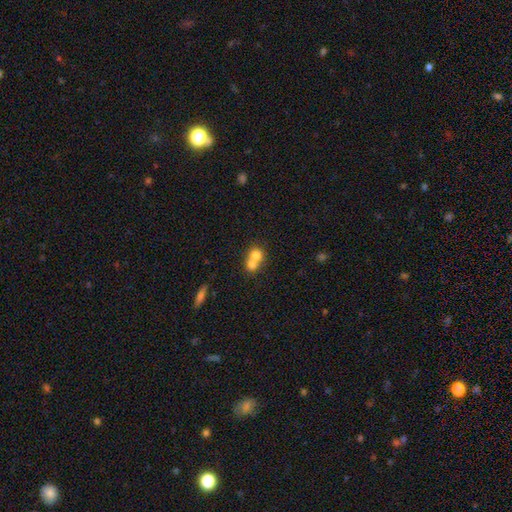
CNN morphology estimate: smooth 74%, featured or disk 16%, star or artifact 10%. Down the decision tree: how rounded — round (77%); merging — merger (68%).